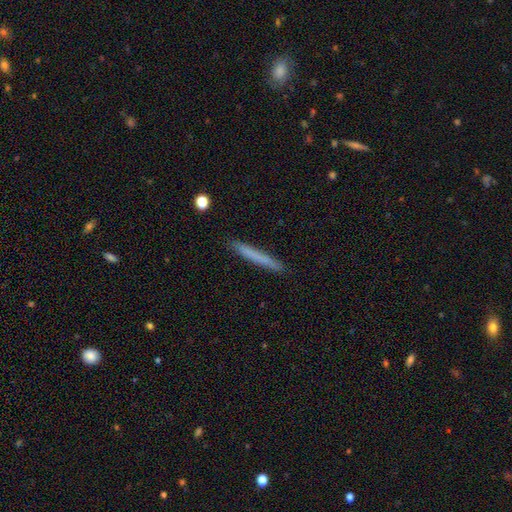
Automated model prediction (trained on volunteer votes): Smooth or featured: smooth — 70% (featured or disk — 23%)
How rounded: cigar-shaped — 97% (in between — 2%)
Merging: none — 90% (minor disturbance — 7%)